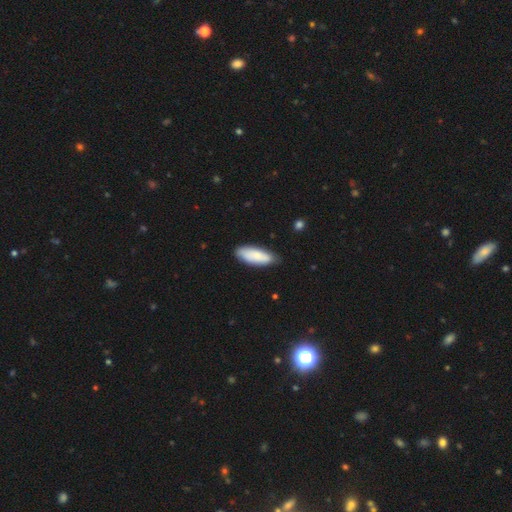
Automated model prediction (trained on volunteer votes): Overall: smooth (81%). How rounded: in between (73%). Merging: none (78%).